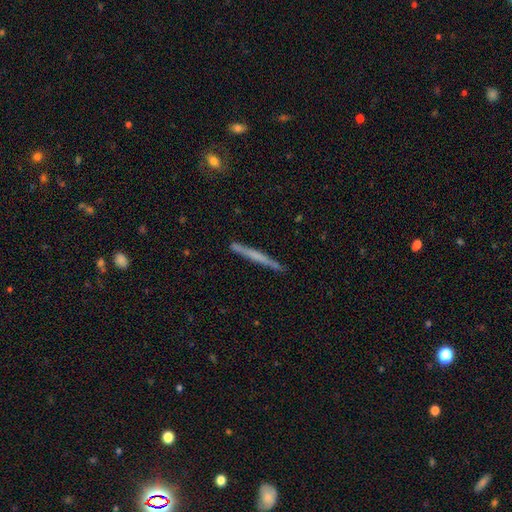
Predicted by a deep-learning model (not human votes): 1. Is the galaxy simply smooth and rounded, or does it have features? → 48% featured or disk, 46% smooth, 6% star or artifact.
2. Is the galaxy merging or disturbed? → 89% none, 8% minor disturbance, 1% major disturbance, 1% merger.